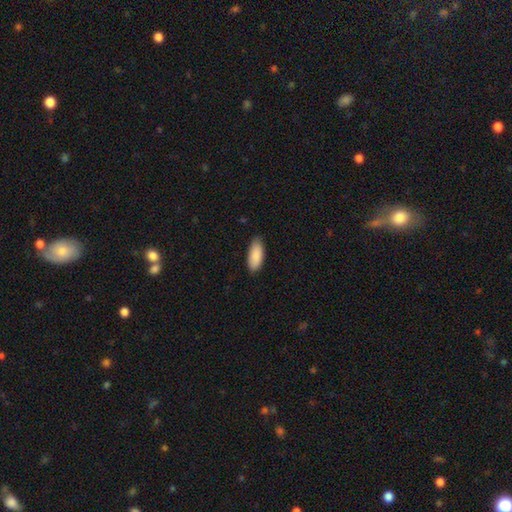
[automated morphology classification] type=smooth (89%); roundness=in between (86%); merging=none (82%).